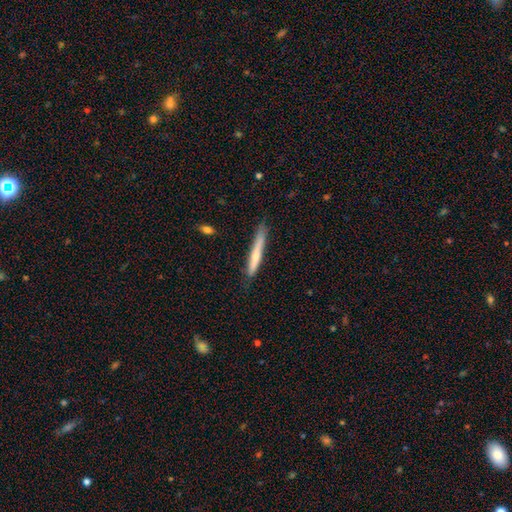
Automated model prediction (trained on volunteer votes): Smooth or featured?
  - smooth: 60% *
  - featured or disk: 35%
  - star or artifact: 6%
How rounded?
  - cigar-shaped: 95% *
  - in between: 4%
  - round: 1%
Merging?
  - none: 78% *
  - minor disturbance: 17%
  - major disturbance: 3%
  - merger: 2%